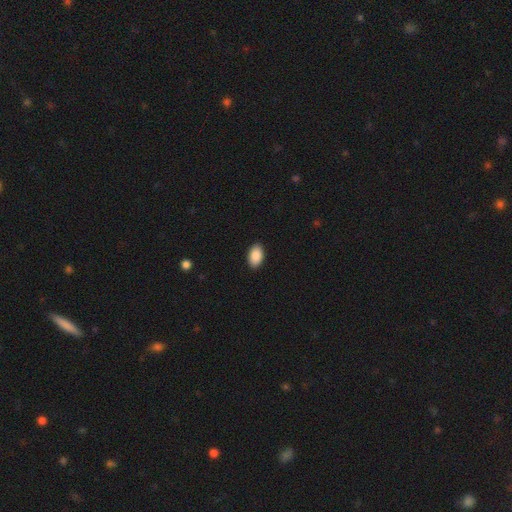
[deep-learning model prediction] Smooth or featured: smooth — 90% (star or artifact — 7%)
How rounded: in between — 94% (round — 5%)
Merging: none — 90% (minor disturbance — 7%)